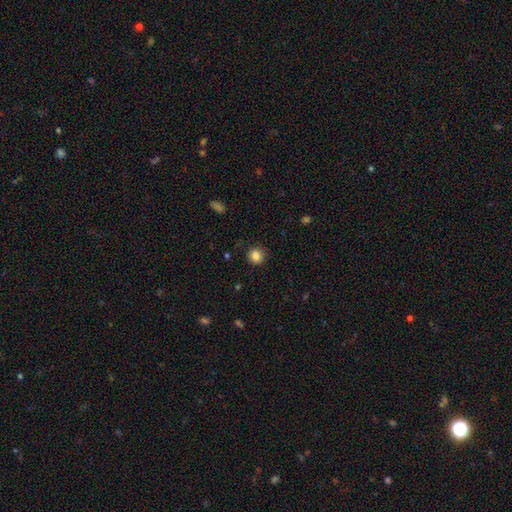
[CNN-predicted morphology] Overall: smooth (85%). How rounded: round (92%). Merging: none (88%).